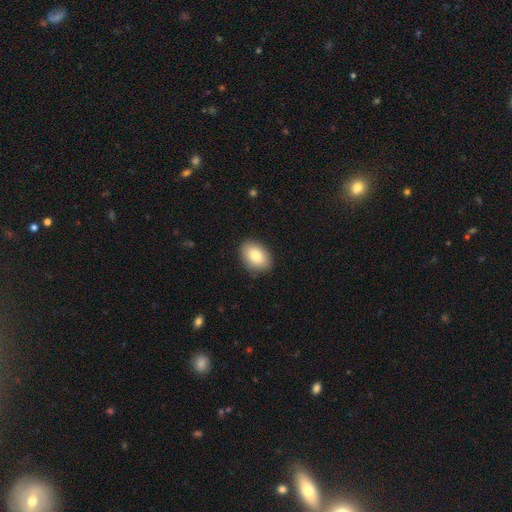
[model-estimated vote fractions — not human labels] Smooth or featured? smooth (83%)
How rounded? in between (79%)
Merging? none (88%)